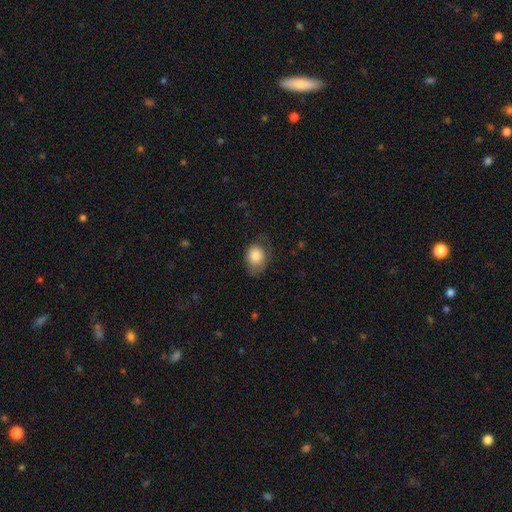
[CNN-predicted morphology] This appears to be a smooth galaxy with no disk features (80%) that is in between round and cigar-shaped (54%). Merging: none (56%).